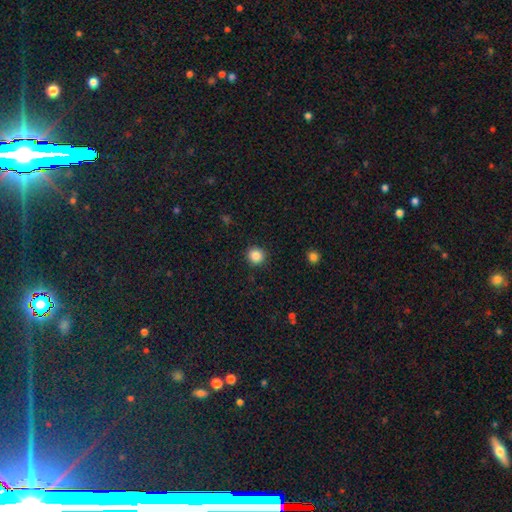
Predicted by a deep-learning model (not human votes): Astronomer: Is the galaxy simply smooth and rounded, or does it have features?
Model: smooth — 87%.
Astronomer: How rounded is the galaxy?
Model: round — 91%.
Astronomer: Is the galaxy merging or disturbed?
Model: none — 91%.